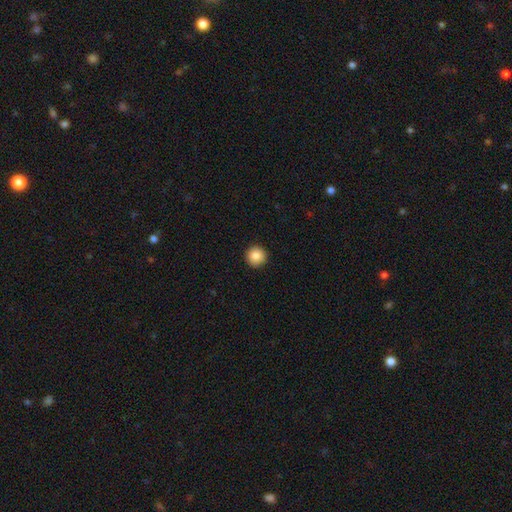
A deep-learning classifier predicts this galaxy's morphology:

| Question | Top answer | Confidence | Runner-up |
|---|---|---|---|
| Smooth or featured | smooth | 86% | star or artifact (9%) |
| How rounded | round | 96% | in between (3%) |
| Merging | none | 93% | minor disturbance (4%) |